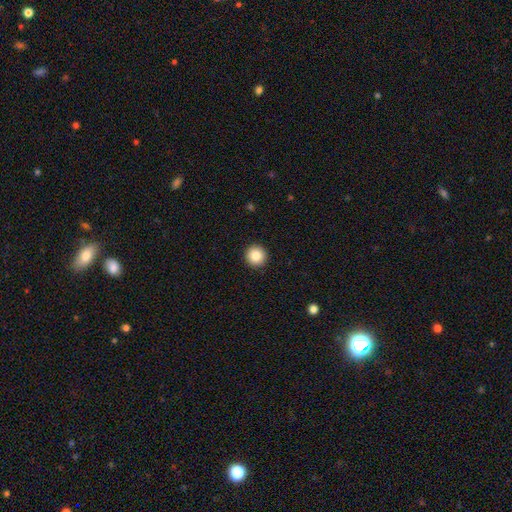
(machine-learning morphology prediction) Overall: smooth (86%). How rounded: round (95%). Merging: none (93%).